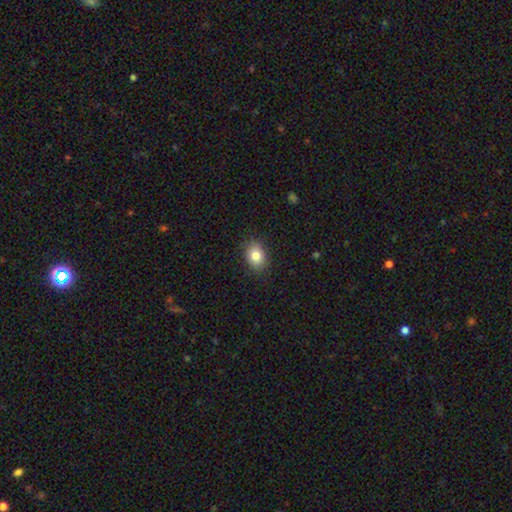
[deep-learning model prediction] Morphology: type=smooth (83%); roundness=in between (64%); merging=none (87%).